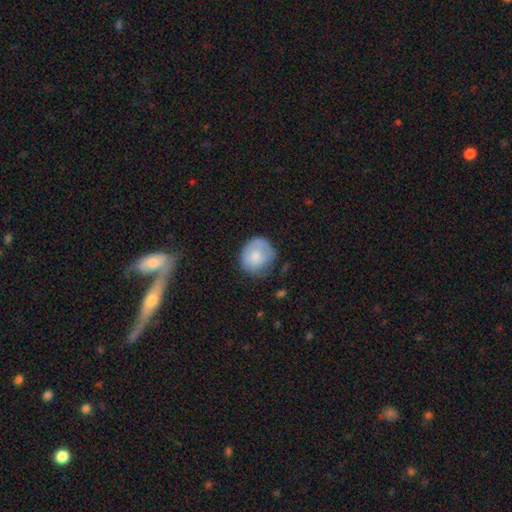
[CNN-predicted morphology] Smooth or featured? Predicted: smooth (p=0.73). How rounded? Predicted: round (p=0.81). Merging? Predicted: none (p=0.59).